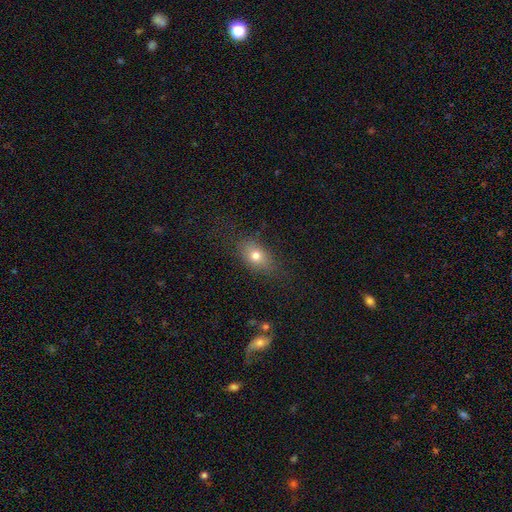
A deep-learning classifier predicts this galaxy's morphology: Smooth or featured? smooth (74%)
How rounded? in between (75%)
Merging? none (78%)